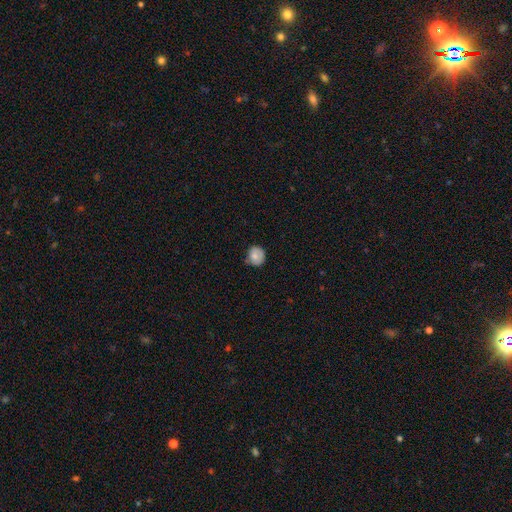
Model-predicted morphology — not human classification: The model was most divided on "merging": none: 67%, minor disturbance: 26%, major disturbance: 5%, merger: 2%. More confident: how rounded — round (78%); smooth or featured — smooth (76%).